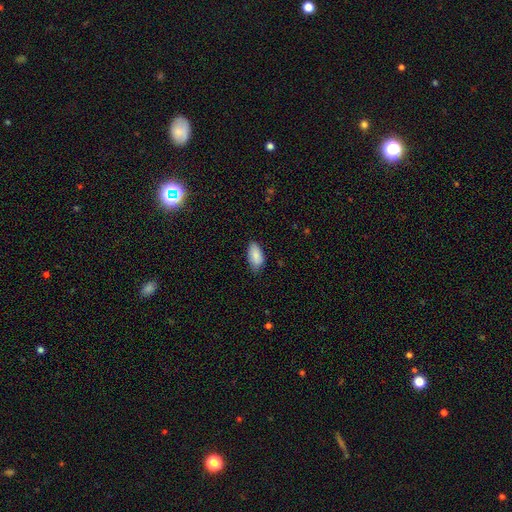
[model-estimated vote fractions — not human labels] A smooth galaxy with no disk features (87%) that is in between round and cigar-shaped (94%). Merging: none (71%).